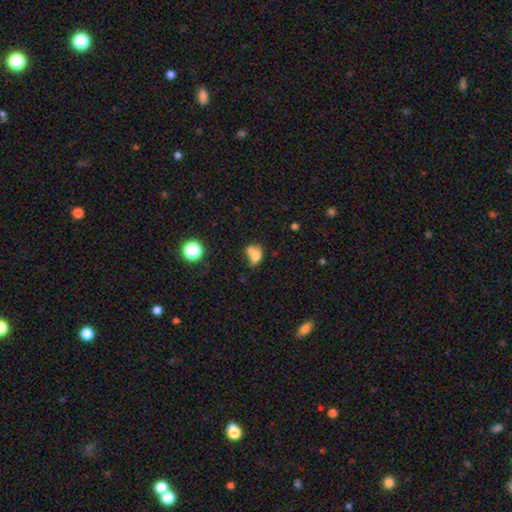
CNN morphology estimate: smooth_or_featured: smooth (p=0.71) [alt: featured or disk p=0.17]
how_rounded: in between (p=0.61) [alt: round p=0.37]
merging: merger (p=0.51) [alt: none p=0.27]